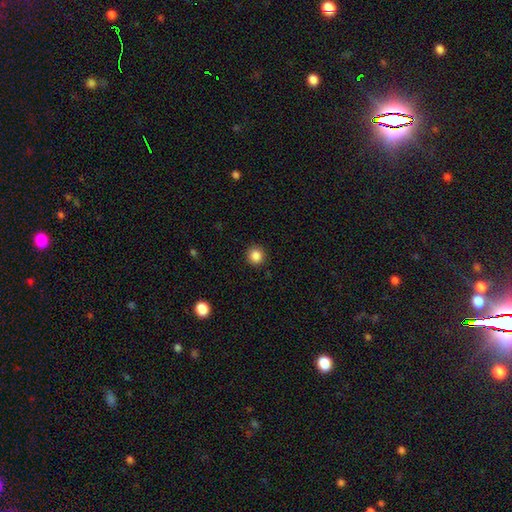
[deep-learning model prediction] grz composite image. It shows a smooth galaxy with no disk features (86%) that is round (93%). Merging: none (92%).